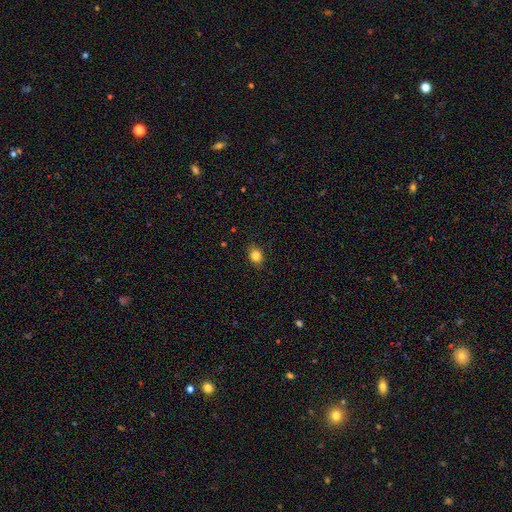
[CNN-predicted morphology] Smooth or featured: smooth — 83% (star or artifact — 10%)
How rounded: in between — 54% (round — 45%)
Merging: none — 85% (minor disturbance — 11%)